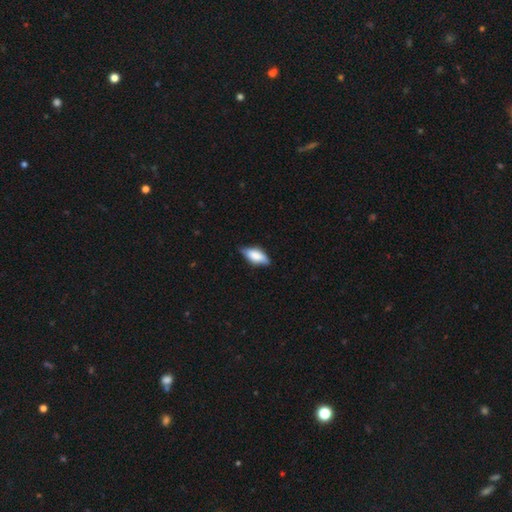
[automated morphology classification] Smooth or featured?
  - smooth: 77% *
  - featured or disk: 17%
  - star or artifact: 6%
How rounded?
  - in between: 85% *
  - cigar-shaped: 13%
  - round: 2%
Merging?
  - none: 74% *
  - minor disturbance: 21%
  - major disturbance: 3%
  - merger: 1%